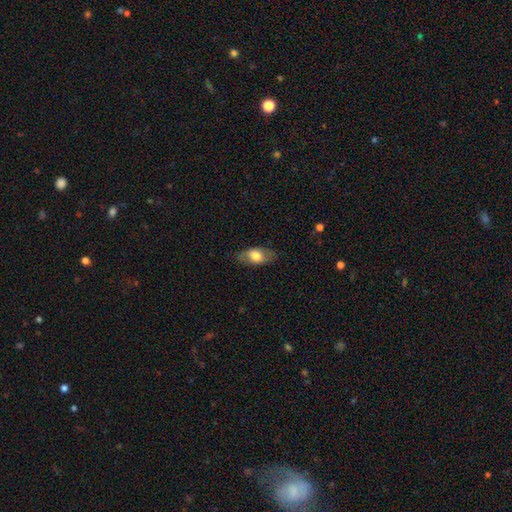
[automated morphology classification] smooth 68%, featured or disk 26%, star or artifact 6%. Down the decision tree: how rounded — in between (88%); merging — none (80%).